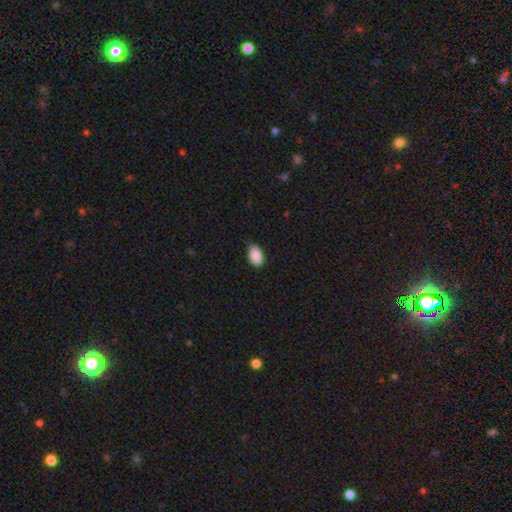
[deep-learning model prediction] smooth-or-featured: smooth: 89% | star or artifact: 7% | featured or disk: 4%
  how-rounded: in between: 92% | round: 7% | cigar-shaped: 1%
  merging: none: 77% | minor disturbance: 19% | major disturbance: 2% | merger: 1%